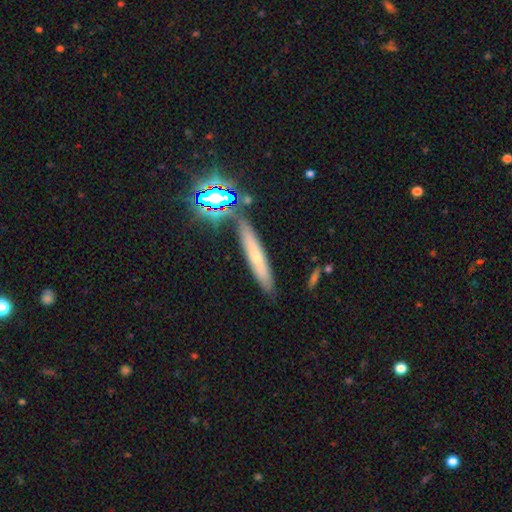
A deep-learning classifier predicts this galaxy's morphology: A smooth galaxy with no disk features (47%).

Vote fractions:
- Smooth or featured? smooth: 47% / featured or disk: 34% / star or artifact: 18%
- Merging? none: 83% / minor disturbance: 10% / merger: 5% / major disturbance: 3%